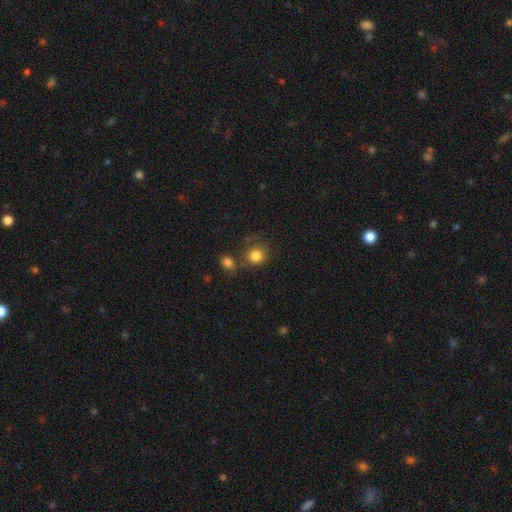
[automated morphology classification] Smooth or featured?
  - smooth: 83% *
  - star or artifact: 11%
  - featured or disk: 6%
How rounded?
  - round: 85% *
  - in between: 14%
  - cigar-shaped: 1%
Merging?
  - none: 70% *
  - merger: 13%
  - minor disturbance: 12%
  - major disturbance: 4%